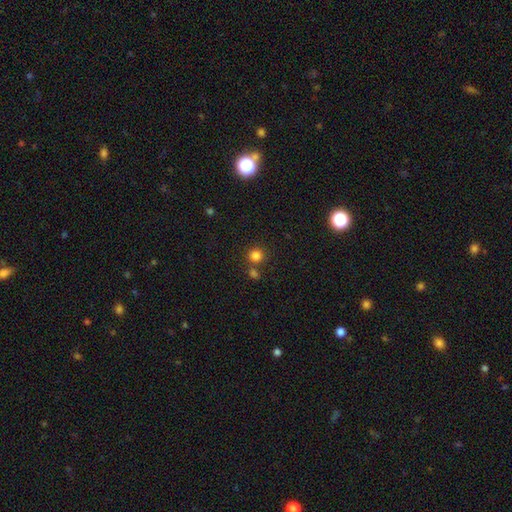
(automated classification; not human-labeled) Morphology: type=smooth (81%); roundness=round (90%); merging=none (71%).